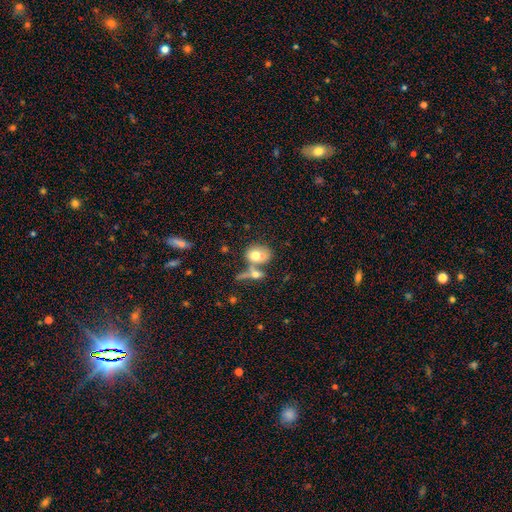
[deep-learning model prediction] smooth-or-featured: smooth: 68% | featured or disk: 24% | star or artifact: 8%
  how-rounded: in between: 68% | round: 29% | cigar-shaped: 3%
  merging: merger: 48% | none: 33% | minor disturbance: 11% | major disturbance: 7%